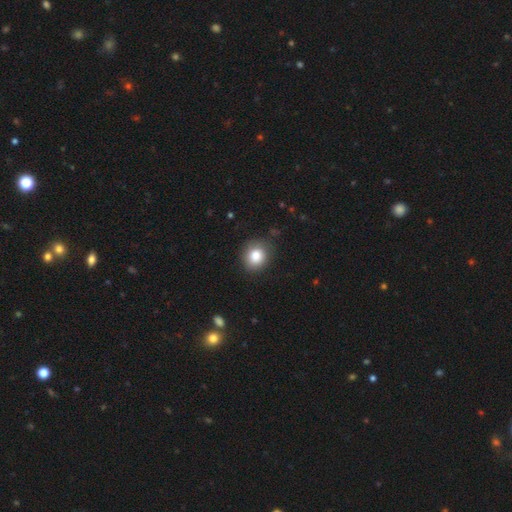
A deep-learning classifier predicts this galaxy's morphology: smooth_or_featured: smooth (p=0.84) [alt: star or artifact p=0.09]
how_rounded: round (p=0.75) [alt: in between p=0.24]
merging: none (p=0.83) [alt: minor disturbance p=0.12]